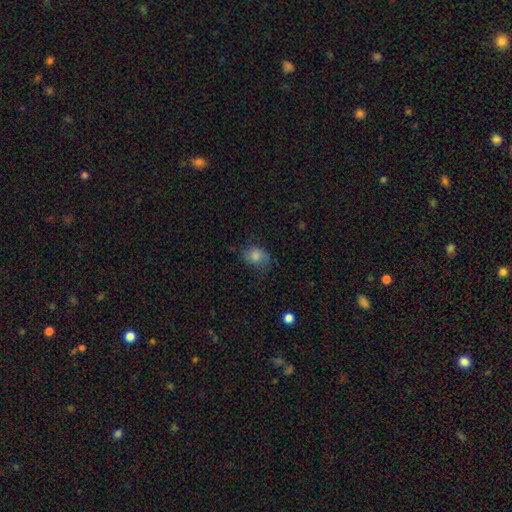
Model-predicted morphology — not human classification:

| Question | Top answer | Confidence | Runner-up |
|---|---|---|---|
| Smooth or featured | smooth | 73% | featured or disk (15%) |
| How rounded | in between | 50% | round (49%) |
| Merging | none | 61% | minor disturbance (26%) |